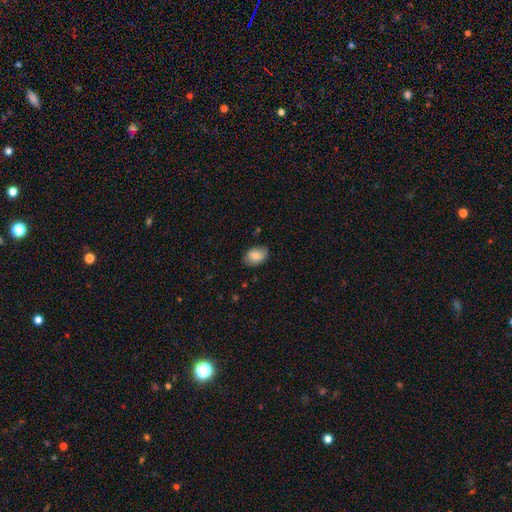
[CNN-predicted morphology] Smooth or featured: smooth — 83% (featured or disk — 10%)
How rounded: in between — 85% (round — 14%)
Merging: none — 82% (minor disturbance — 15%)